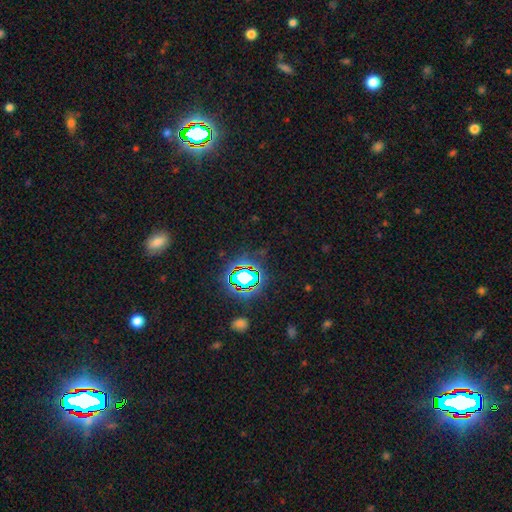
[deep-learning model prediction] star or artifact 80%, smooth 12%, featured or disk 8%.